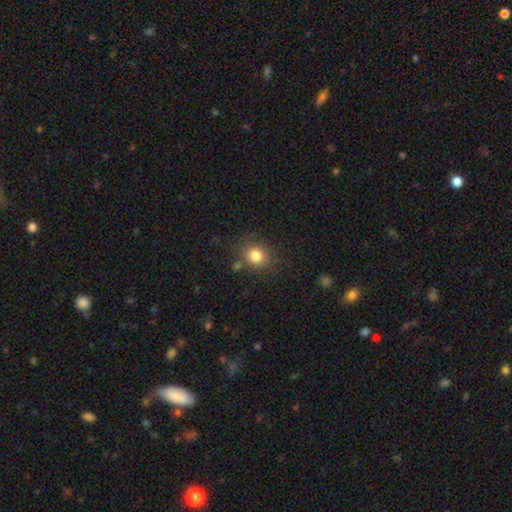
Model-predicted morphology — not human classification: The model was most divided on "how rounded": round: 74%, in between: 25%, cigar-shaped: 1%. More confident: smooth or featured — smooth (82%); merging — none (77%).